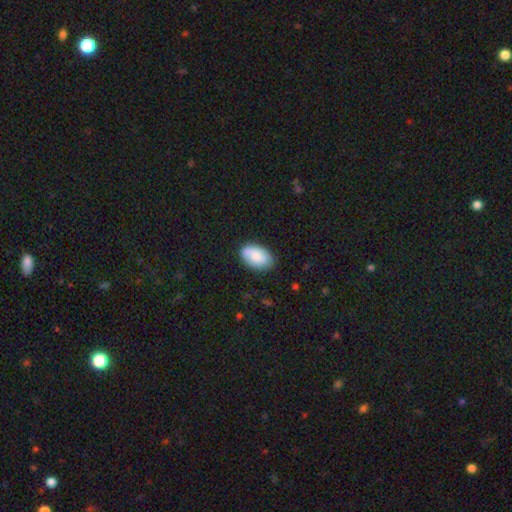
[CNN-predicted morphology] A smooth galaxy with no disk features (82%) that is in between round and cigar-shaped (93%).

Vote fractions:
- Smooth or featured? smooth: 82% / featured or disk: 12% / star or artifact: 6%
- How rounded? in between: 93% / round: 6% / cigar-shaped: 1%
- Merging? none: 79% / minor disturbance: 16% / major disturbance: 3% / merger: 2%